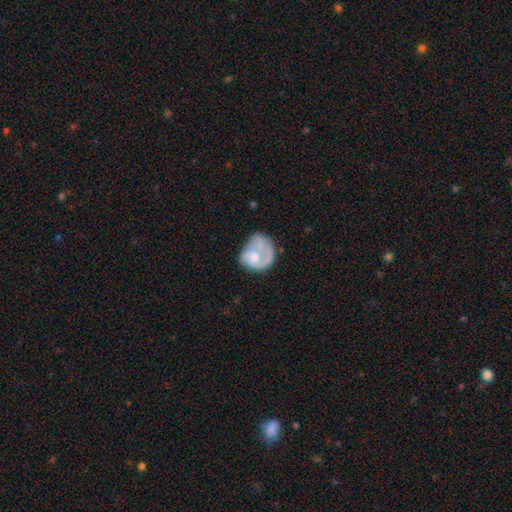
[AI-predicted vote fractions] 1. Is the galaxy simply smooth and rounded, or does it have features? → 53% featured or disk, 40% smooth, 6% star or artifact.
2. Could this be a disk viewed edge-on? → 98% no, 2% yes.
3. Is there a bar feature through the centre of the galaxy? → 79% no, 18% weak, 3% strong.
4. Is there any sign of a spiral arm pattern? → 58% yes, 42% no.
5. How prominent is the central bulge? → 46% moderate, 34% small, 13% none, 5% large, 2% dominant.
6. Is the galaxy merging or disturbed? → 34% major disturbance, 33% none, 24% minor disturbance, 9% merger.